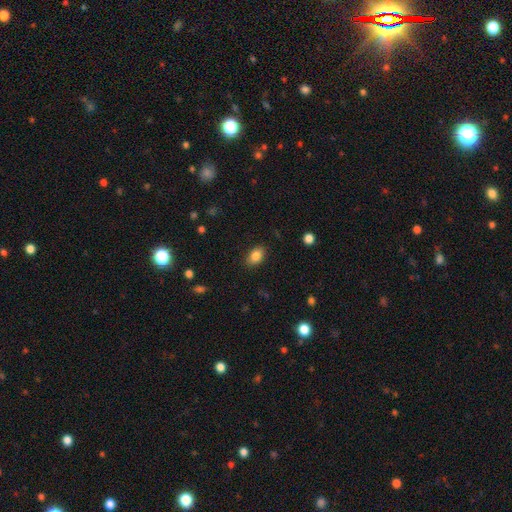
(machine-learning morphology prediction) This appears to be a smooth galaxy with no disk features (85%) that is in between round and cigar-shaped (85%). Merging: none (86%).